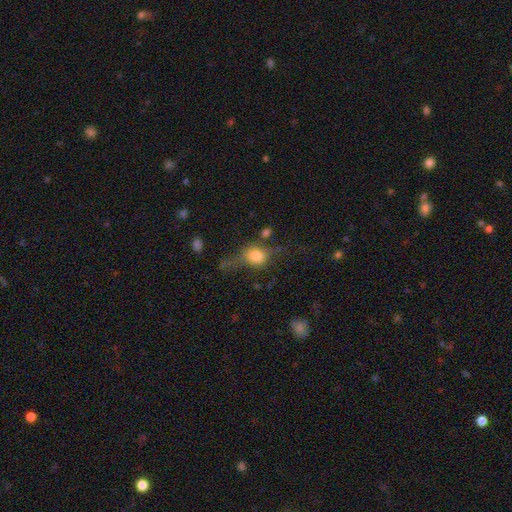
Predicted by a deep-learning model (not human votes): This is possibly a smooth galaxy (58%). How rounded: possibly round (53%). Merging: marginally none (42%).